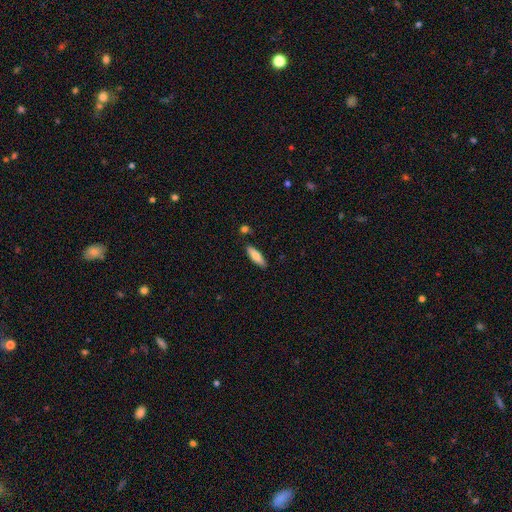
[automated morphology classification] Q: Smooth or featured?
A: smooth (77%); runner-up: featured or disk (17%)
Q: How rounded?
A: cigar-shaped (51%); runner-up: in between (48%)
Q: Merging?
A: none (84%); runner-up: minor disturbance (10%)